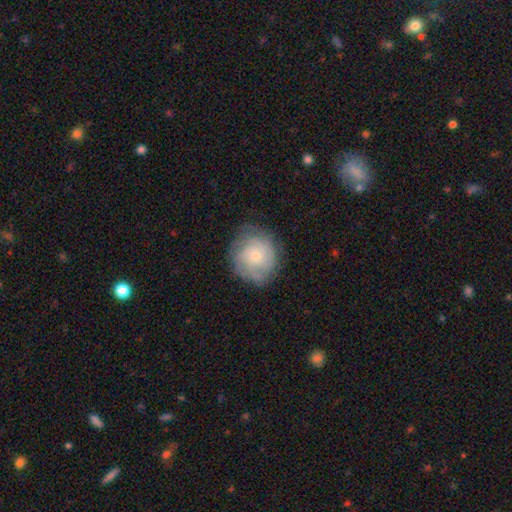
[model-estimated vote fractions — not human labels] A featured or disk galaxy (57%) with no bar (82%), spiral arms (84%) and a small central bulge (67%).

Vote fractions:
- Smooth or featured? featured or disk: 57% / smooth: 35% / star or artifact: 8%
- Edge-on disk? no: 97% / yes: 3%
- Bar? no: 82% / weak: 16% / strong: 2%
- Spiral arms? yes: 84% / no: 16%
- Bulge size? small: 67% / moderate: 28% / none: 2% / large: 2% / dominant: 1%
- Merging? none: 74% / minor disturbance: 18% / major disturbance: 7% / merger: 1%